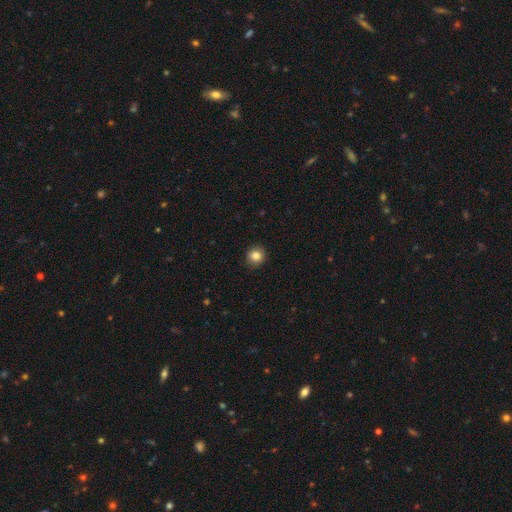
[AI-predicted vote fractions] smooth 85%, star or artifact 10%, featured or disk 5%. Down the decision tree: how rounded — round (87%); merging — none (90%).